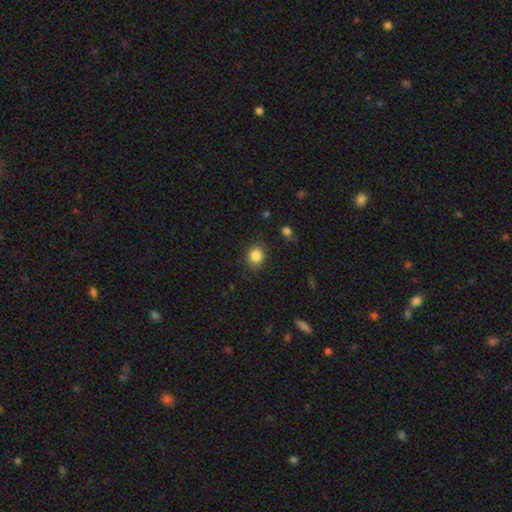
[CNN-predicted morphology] The model was most divided on "how rounded": round: 75%, in between: 24%, cigar-shaped: 1%. More confident: smooth or featured — smooth (85%); merging — none (85%).